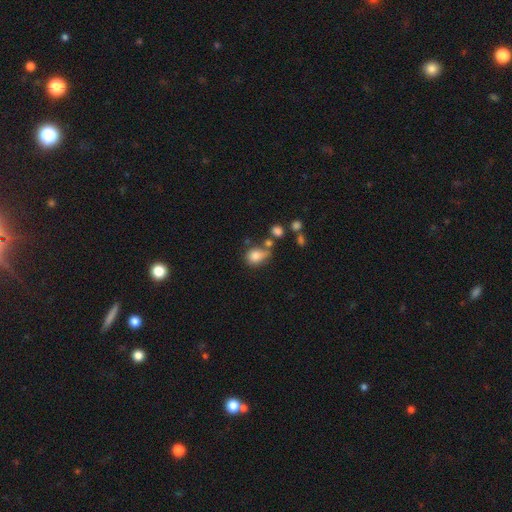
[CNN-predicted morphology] Q: Smooth or featured?
A: smooth (80%); runner-up: star or artifact (11%)
Q: How rounded?
A: in between (51%); runner-up: round (48%)
Q: Merging?
A: none (47%); runner-up: minor disturbance (24%)